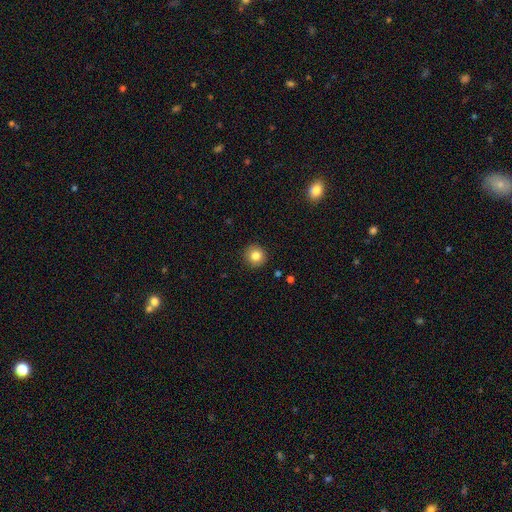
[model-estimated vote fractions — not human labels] The model was most divided on "smooth or featured": smooth: 84%, star or artifact: 10%, featured or disk: 6%. More confident: how rounded — round (93%); merging — none (91%).